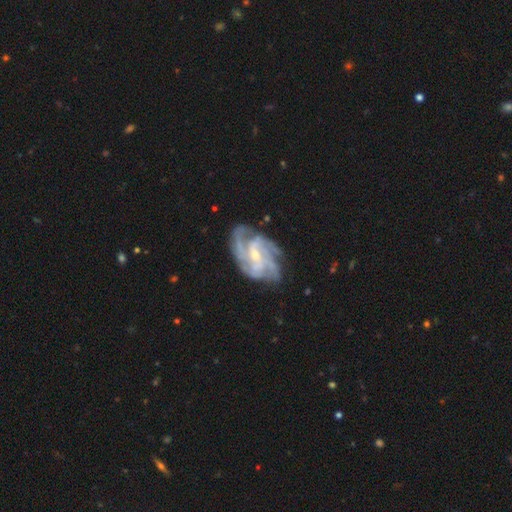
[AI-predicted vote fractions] smooth_or_featured: featured or disk (p=0.88) [alt: smooth p=0.06]
disk_edge_on: no (p=0.97) [alt: yes p=0.03]
bar: weak (p=0.46) [alt: no p=0.42]
has_spiral_arms: yes (p=0.96) [alt: no p=0.04]
spiral_winding: tight (p=0.45) [alt: medium p=0.43]
spiral_arm_count: 4 (p=0.35) [alt: 3 p=0.25]
bulge_size: small (p=0.57) [alt: moderate p=0.36]
merging: none (p=0.69) [alt: minor disturbance p=0.20]